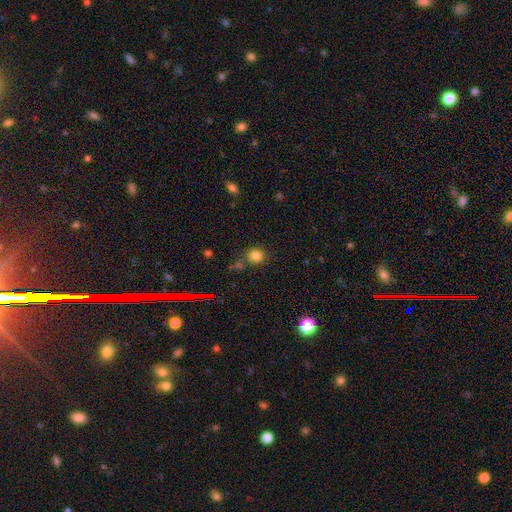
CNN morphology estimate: type=smooth (80%); roundness=round (90%); merging=none (77%).